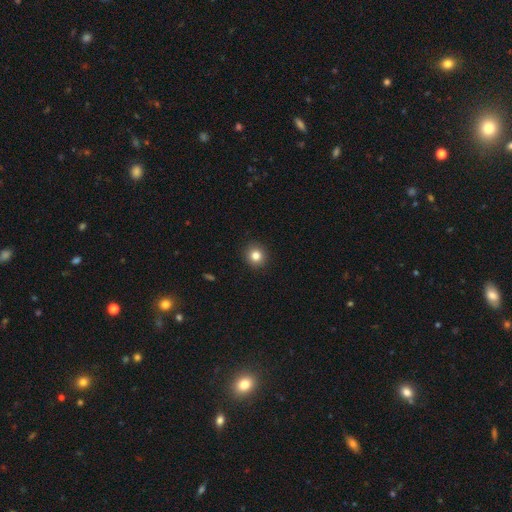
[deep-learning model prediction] Smooth or featured? Predicted: smooth (p=0.82). How rounded? Predicted: round (p=0.91). Merging? Predicted: none (p=0.92).